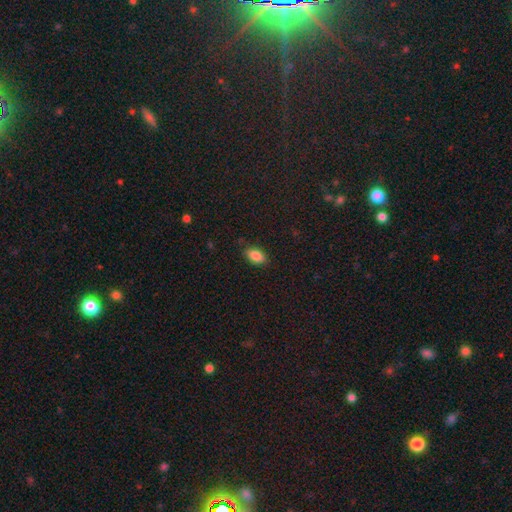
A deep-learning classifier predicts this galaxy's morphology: A smooth galaxy with no disk features (86%) that is in between round and cigar-shaped (91%).

Vote fractions:
- Smooth or featured? smooth: 86% / star or artifact: 8% / featured or disk: 6%
- How rounded? in between: 91% / round: 5% / cigar-shaped: 4%
- Merging? none: 84% / minor disturbance: 13% / major disturbance: 2% / merger: 1%